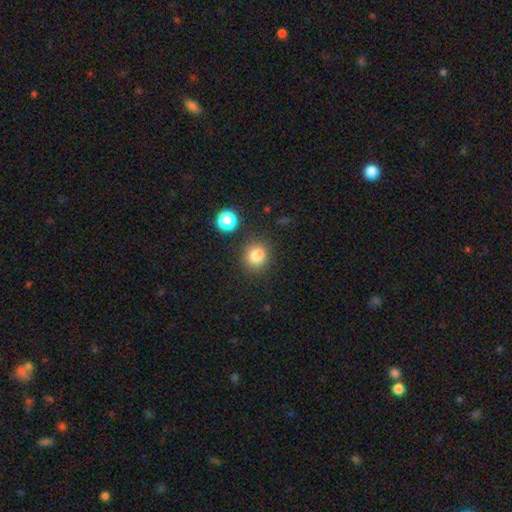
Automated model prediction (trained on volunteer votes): The model was most divided on "how rounded": round: 82%, in between: 17%, cigar-shaped: 1%. More confident: smooth or featured — smooth (82%); merging — none (78%).